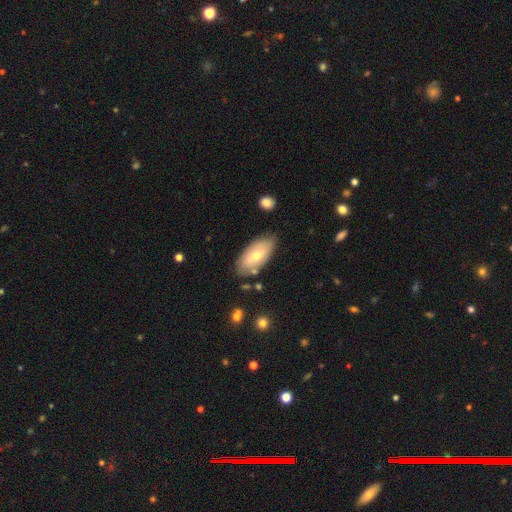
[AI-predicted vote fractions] smooth 58%, featured or disk 36%, star or artifact 6%. Down the decision tree: how rounded — in between (90%); merging — none (80%).